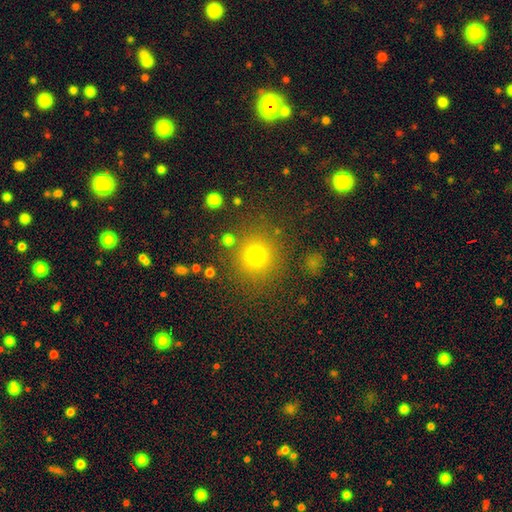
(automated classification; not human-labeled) Morphology: type=smooth (75%); roundness=round (92%); merging=none (83%).